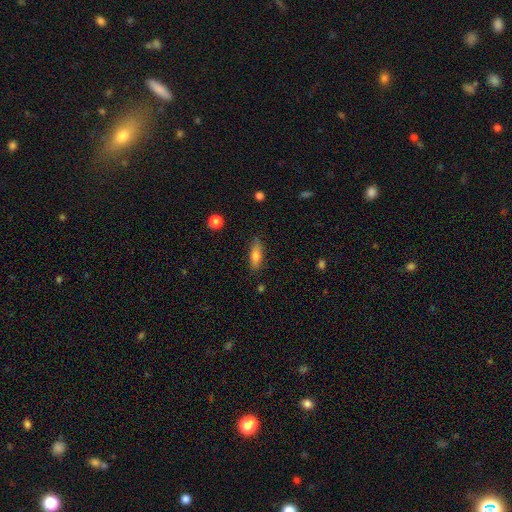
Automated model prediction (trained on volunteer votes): Smooth or featured? smooth (70%)
How rounded? in between (56%)
Merging? none (83%)